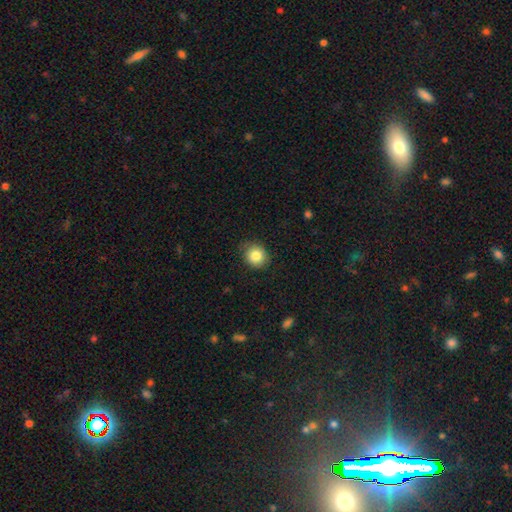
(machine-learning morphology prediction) Smooth or featured? Predicted: smooth (p=0.84). How rounded? Predicted: round (p=0.82). Merging? Predicted: none (p=0.81).